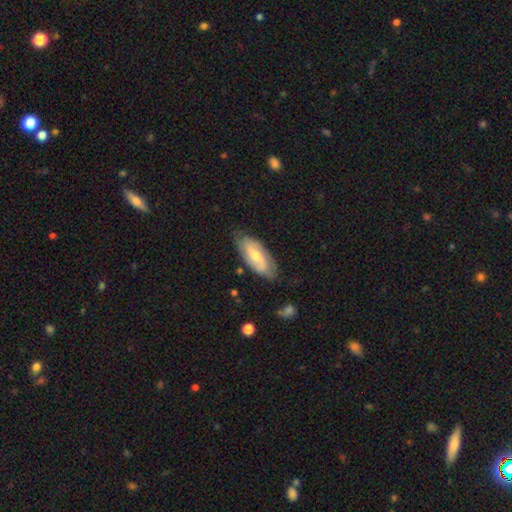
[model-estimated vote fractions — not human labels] smooth_or_featured: featured or disk (p=0.59) [alt: smooth p=0.35]
disk_edge_on: no (p=0.89) [alt: yes p=0.11]
bar: weak (p=0.50) [alt: no p=0.33]
has_spiral_arms: yes (p=0.85) [alt: no p=0.15]
bulge_size: moderate (p=0.56) [alt: small p=0.36]
merging: none (p=0.77) [alt: minor disturbance p=0.18]